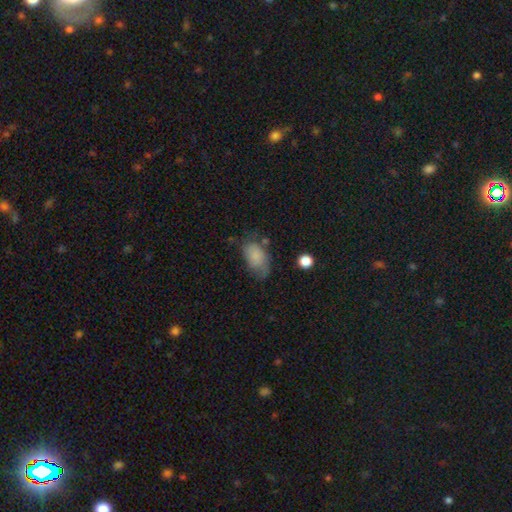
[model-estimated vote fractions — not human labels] A smooth galaxy with no disk features (79%) that is in between round and cigar-shaped (90%). Merging: none (48%).